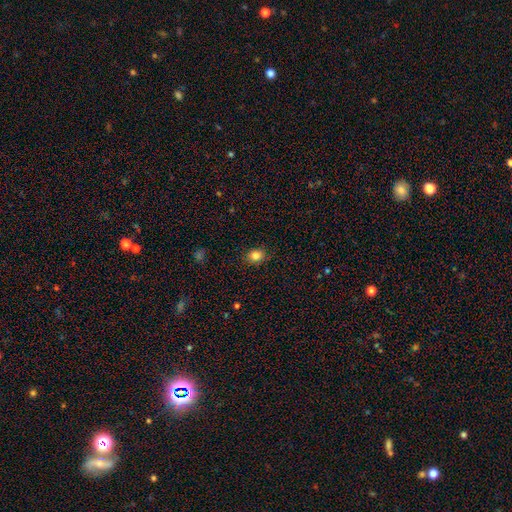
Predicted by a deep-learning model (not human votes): Smooth or featured: smooth — 83% (star or artifact — 12%)
How rounded: round — 64% (in between — 35%)
Merging: none — 88% (minor disturbance — 9%)